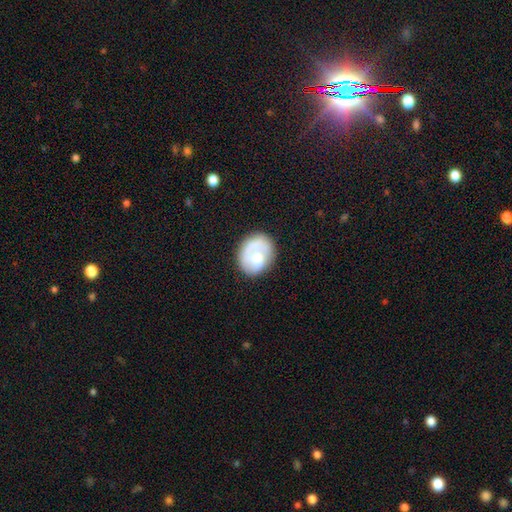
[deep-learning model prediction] Smooth or featured? Predicted: smooth (p=0.52). How rounded? Predicted: round (p=0.58). Merging? Predicted: none (p=0.59).